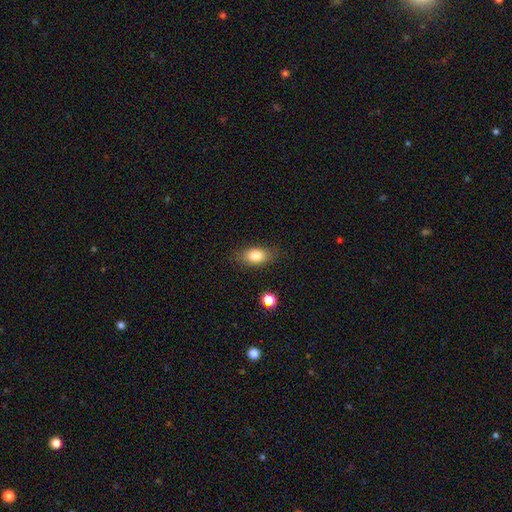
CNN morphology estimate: Q: Smooth or featured?
A: smooth (83%); runner-up: featured or disk (9%)
Q: How rounded?
A: in between (86%); runner-up: round (9%)
Q: Merging?
A: none (83%); runner-up: minor disturbance (12%)